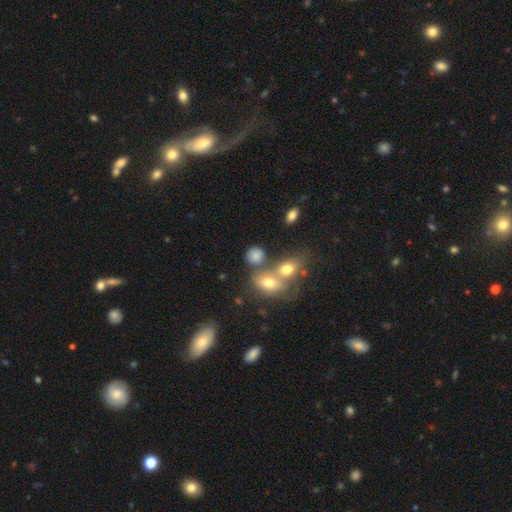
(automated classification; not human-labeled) smooth_or_featured: smooth (p=0.77) [alt: star or artifact p=0.12]
how_rounded: round (p=0.63) [alt: in between p=0.35]
merging: none (p=0.52) [alt: merger p=0.29]